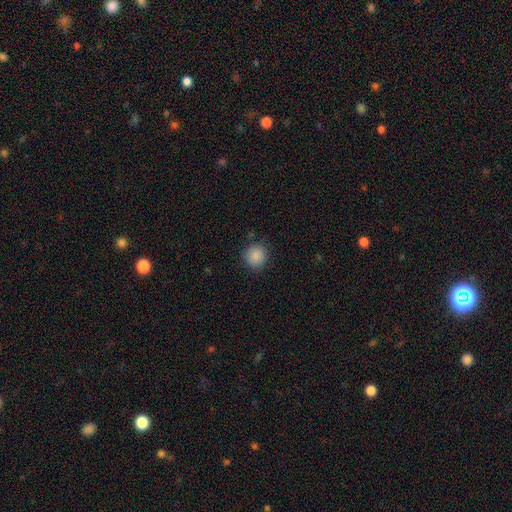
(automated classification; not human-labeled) Q: Smooth or featured?
A: smooth (88%); runner-up: star or artifact (9%)
Q: How rounded?
A: round (92%); runner-up: in between (7%)
Q: Merging?
A: none (87%); runner-up: minor disturbance (9%)